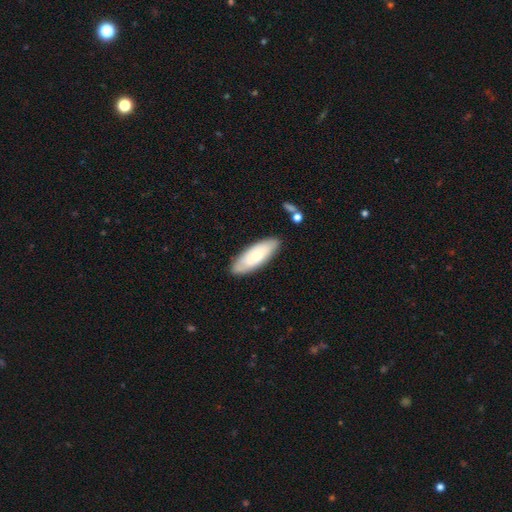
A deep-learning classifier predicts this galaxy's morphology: This is likely a smooth galaxy (66%). How rounded: likely in between (64%). Merging: clearly none (81%).